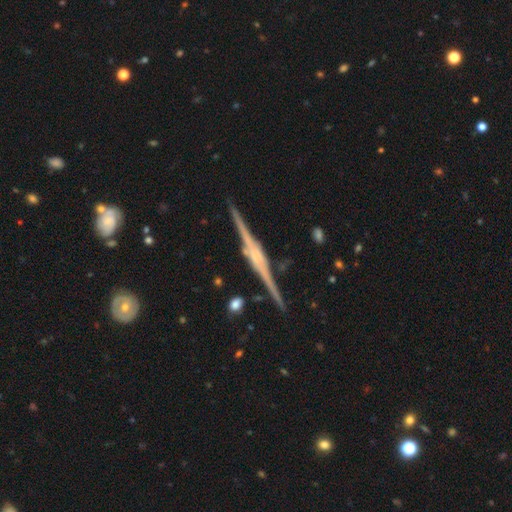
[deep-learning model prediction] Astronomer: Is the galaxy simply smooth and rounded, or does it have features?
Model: featured or disk — 91%.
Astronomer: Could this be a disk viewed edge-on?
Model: yes — 98%.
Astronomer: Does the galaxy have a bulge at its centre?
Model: rounded — 48% (runner-up: boxy, 43%).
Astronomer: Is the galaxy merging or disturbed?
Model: none — 89%.